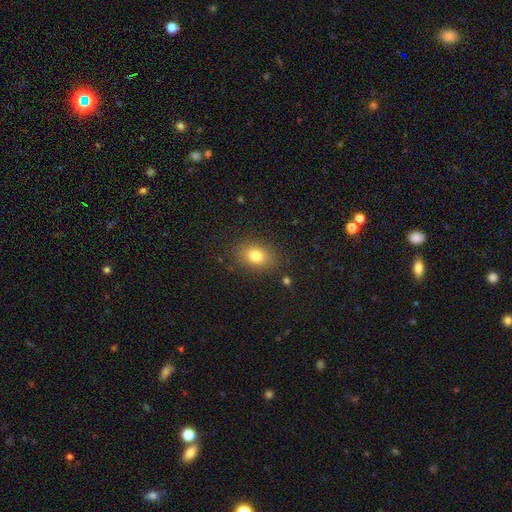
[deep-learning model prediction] smooth_or_featured: smooth (p=0.80) [alt: star or artifact p=0.10]
how_rounded: in between (p=0.74) [alt: round p=0.24]
merging: none (p=0.84) [alt: minor disturbance p=0.11]